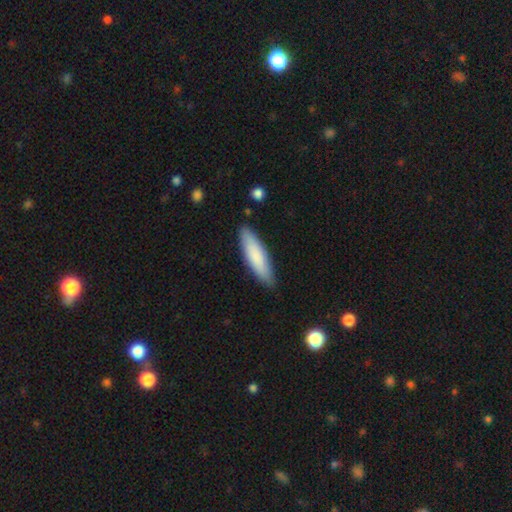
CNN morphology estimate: Smooth or featured? Predicted: smooth (p=0.83). How rounded? Predicted: cigar-shaped (p=0.64). Merging? Predicted: none (p=0.86).